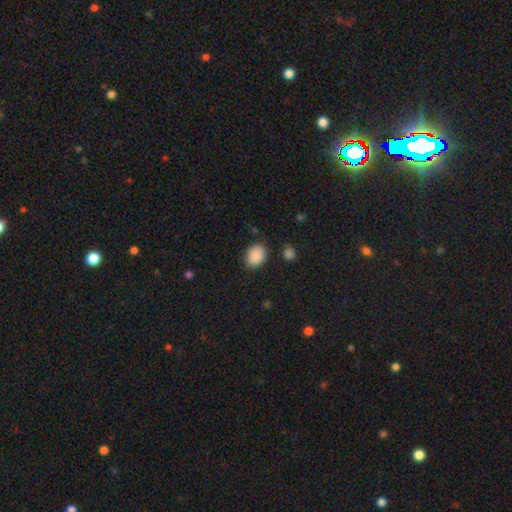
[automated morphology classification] smooth-or-featured: smooth: 89% | star or artifact: 8% | featured or disk: 3%
  how-rounded: in between: 65% | round: 34% | cigar-shaped: 1%
  merging: none: 83% | minor disturbance: 12% | major disturbance: 3% | merger: 2%